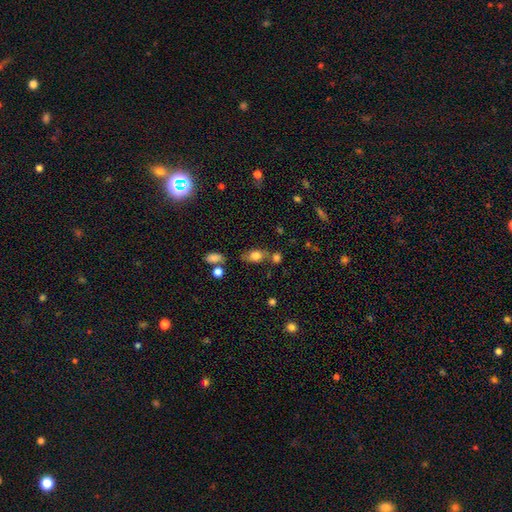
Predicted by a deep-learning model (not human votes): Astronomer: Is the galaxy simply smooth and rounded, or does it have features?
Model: smooth — 78%.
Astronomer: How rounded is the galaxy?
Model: in between — 80%.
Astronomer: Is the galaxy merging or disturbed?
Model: none — 60%.